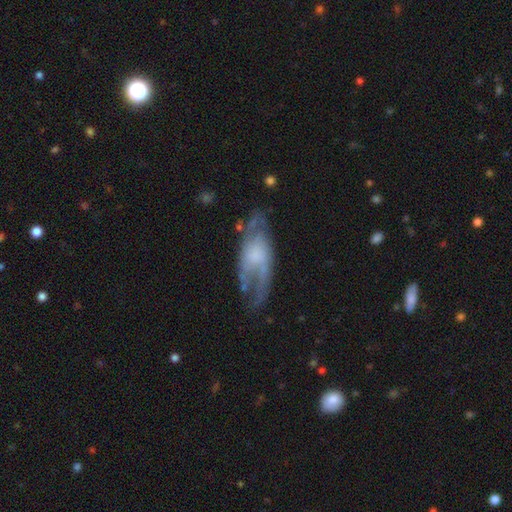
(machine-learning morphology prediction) Smooth or featured: featured or disk — 71% (smooth — 22%)
Edge-on disk: no — 87% (yes — 13%)
Bar: no — 67% (weak — 28%)
Spiral arms: yes — 79% (no — 21%)
Bulge size: moderate — 30% (small — 26%)
Merging: none — 56% (minor disturbance — 23%)